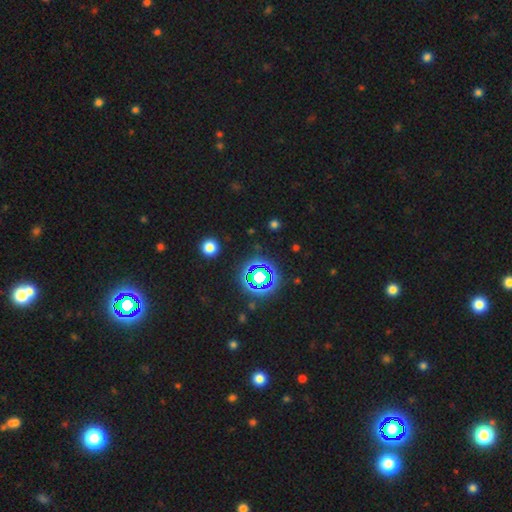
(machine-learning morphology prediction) star or artifact 80%, smooth 13%, featured or disk 7%.